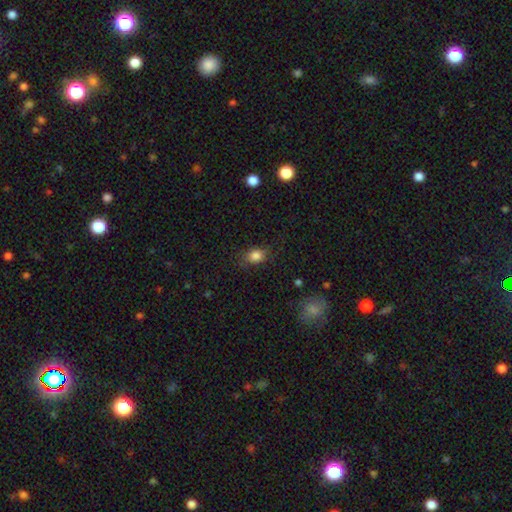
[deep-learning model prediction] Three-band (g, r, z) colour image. It shows a smooth galaxy with no disk features (84%) that is in between round and cigar-shaped (60%). Merging: none (78%).